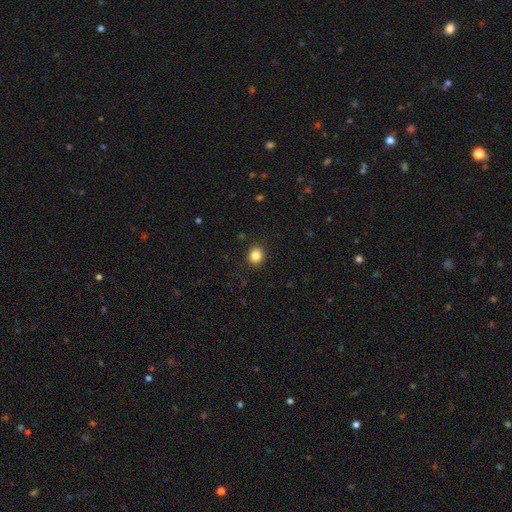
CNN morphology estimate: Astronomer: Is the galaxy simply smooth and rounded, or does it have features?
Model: smooth — 85%.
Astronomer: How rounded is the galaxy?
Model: round — 72%.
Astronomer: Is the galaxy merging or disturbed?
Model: none — 90%.